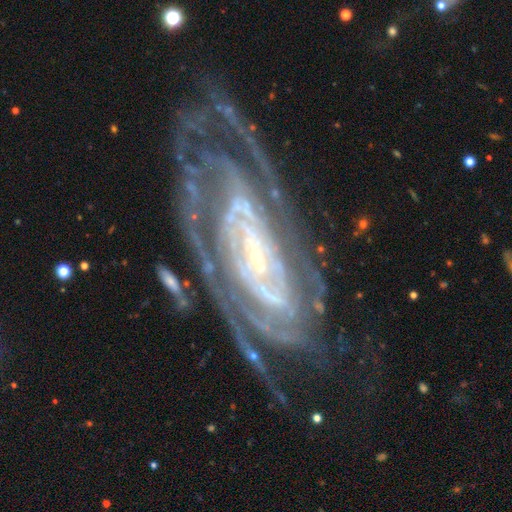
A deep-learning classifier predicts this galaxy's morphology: The model was most divided on "spiral arm count": can't tell: 26%, 2: 21%, 3: 15%, 4: 15%, more than 4: 14%, 1: 7%. Remaining: spiral arms — yes (97%); edge-on disk — no (93%); smooth or featured — featured or disk (90%); bulge size — small (83%); spiral winding — tight (72%); merging — none (67%); bar — no (44%).